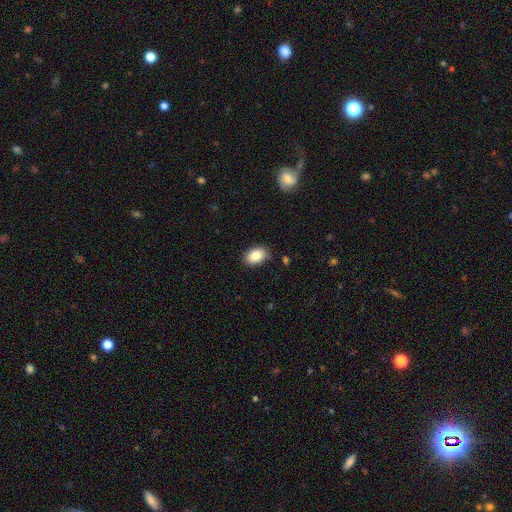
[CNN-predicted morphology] smooth_or_featured: smooth (p=0.85) [alt: star or artifact p=0.08]
how_rounded: in between (p=0.87) [alt: round p=0.12]
merging: none (p=0.83) [alt: minor disturbance p=0.12]